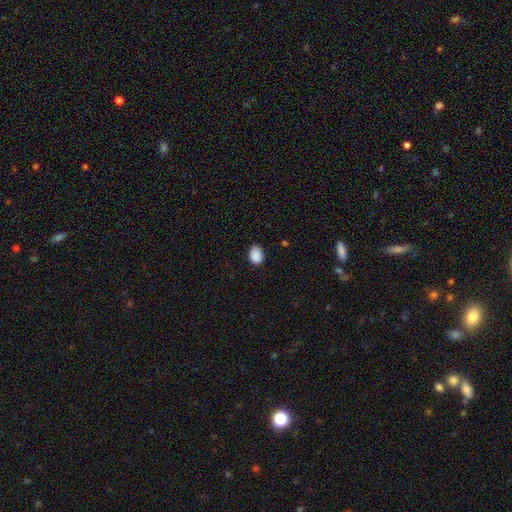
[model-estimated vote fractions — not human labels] Overall: smooth (88%). How rounded: in between (71%). Merging: none (77%).